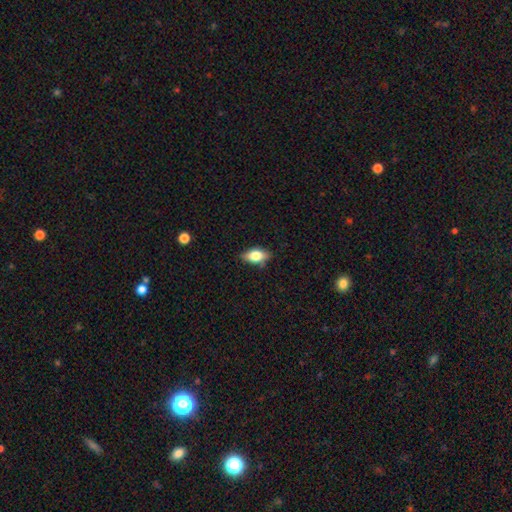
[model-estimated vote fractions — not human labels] Overall: smooth (75%). How rounded: in between (86%). Merging: none (78%).